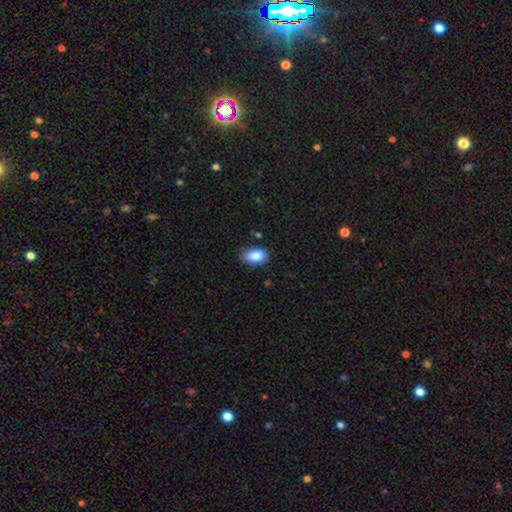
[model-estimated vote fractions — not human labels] Smooth or featured?
  - smooth: 87% *
  - star or artifact: 8%
  - featured or disk: 5%
How rounded?
  - in between: 89% *
  - round: 10%
  - cigar-shaped: 1%
Merging?
  - none: 80% *
  - minor disturbance: 16%
  - major disturbance: 3%
  - merger: 1%